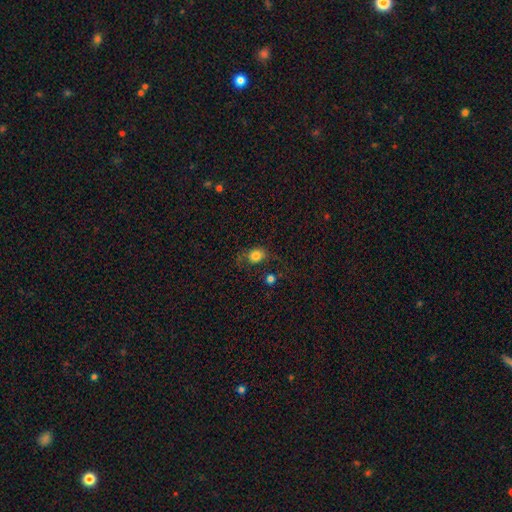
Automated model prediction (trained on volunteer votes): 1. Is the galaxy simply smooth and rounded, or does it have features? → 80% smooth, 12% star or artifact, 9% featured or disk.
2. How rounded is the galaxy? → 59% round, 40% in between, 1% cigar-shaped.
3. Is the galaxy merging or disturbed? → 56% none, 22% minor disturbance, 16% major disturbance, 6% merger.